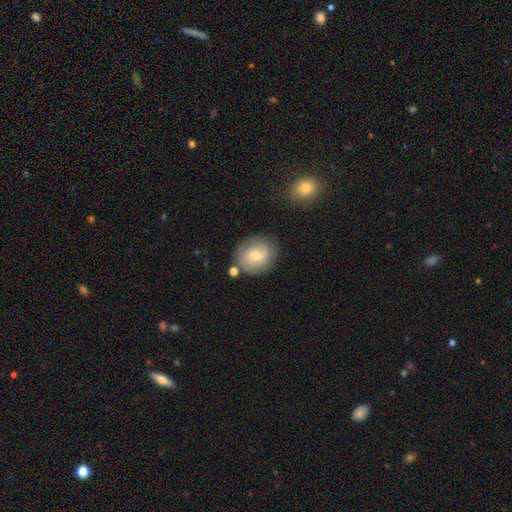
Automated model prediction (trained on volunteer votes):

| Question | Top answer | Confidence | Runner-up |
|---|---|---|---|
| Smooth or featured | smooth | 51% | featured or disk (41%) |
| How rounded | round | 73% | in between (26%) |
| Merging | none | 73% | minor disturbance (16%) |